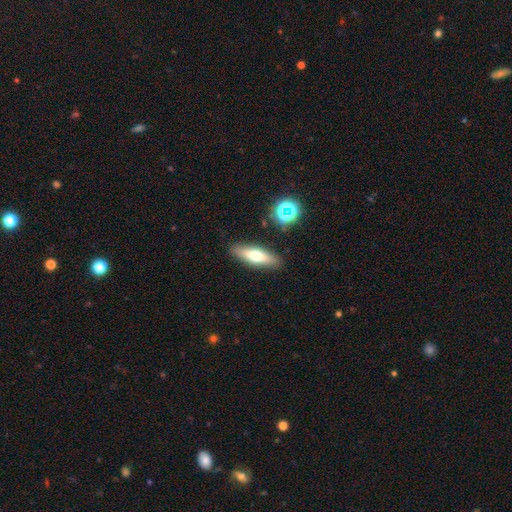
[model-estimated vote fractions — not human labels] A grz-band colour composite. It shows a smooth galaxy with no disk features (58%) that is cigar-shaped (53%). Merging: none (88%).